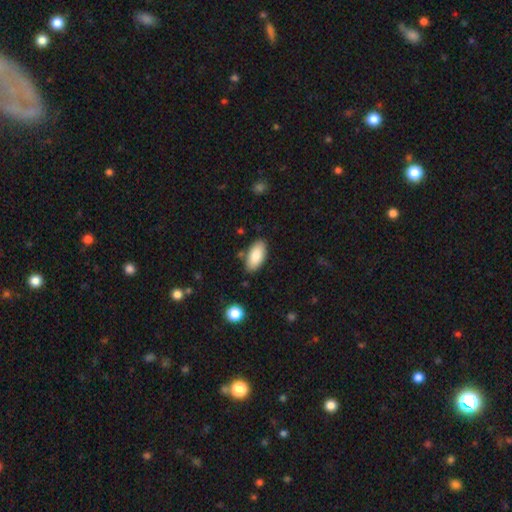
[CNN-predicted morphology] smooth 85%, featured or disk 9%, star or artifact 6%. Down the decision tree: how rounded — in between (91%); merging — none (83%).